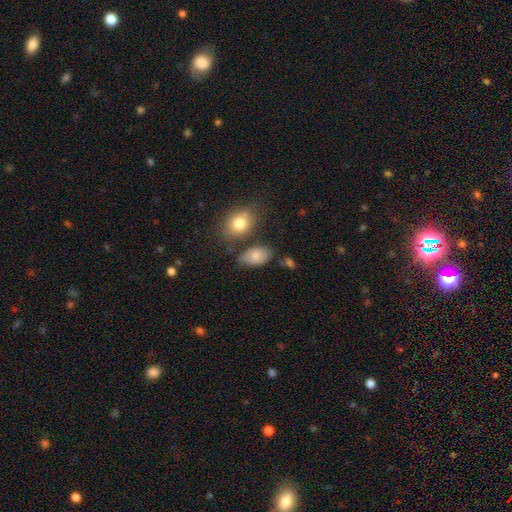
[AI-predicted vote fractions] A smooth galaxy with no disk features (79%) that is in between round and cigar-shaped (90%). Merging: none (59%).